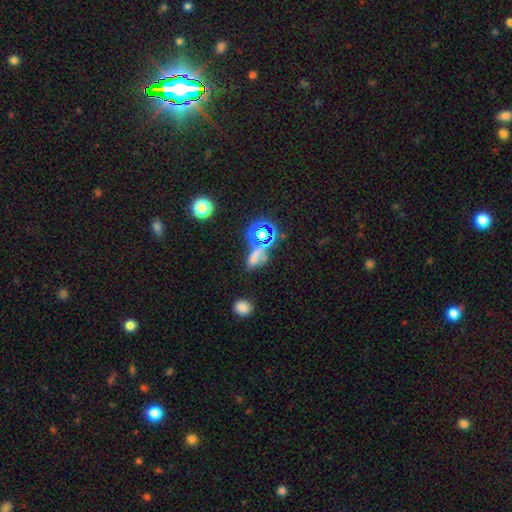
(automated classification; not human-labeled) Smooth or featured?
  - star or artifact: 43% * (tied)
  - smooth: 43% * (tied)
  - featured or disk: 13%